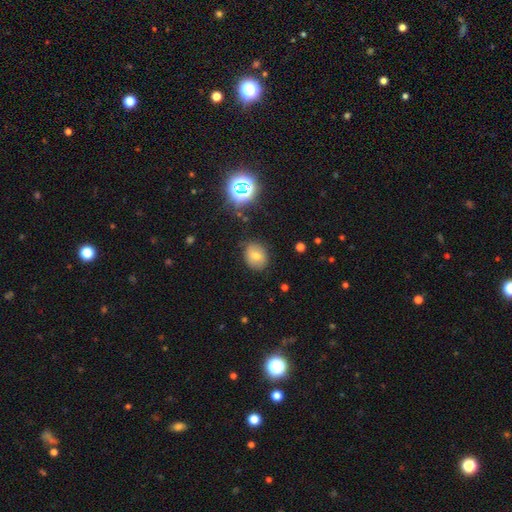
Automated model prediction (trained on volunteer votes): The model was most divided on "how rounded": round: 59%, in between: 40%, cigar-shaped: 1%. More confident: merging — none (81%); smooth or featured — smooth (65%).